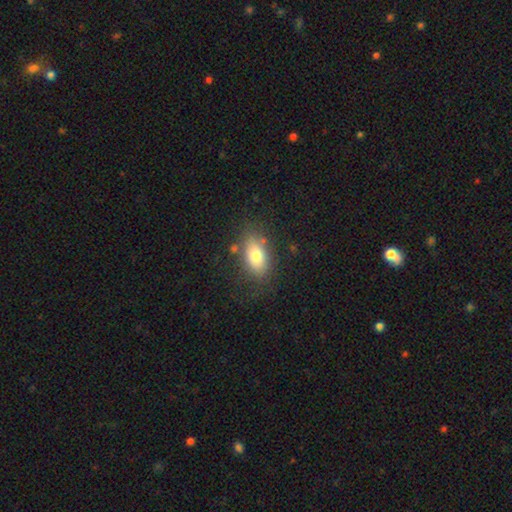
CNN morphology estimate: type=smooth (77%); roundness=in between (87%); merging=none (76%).